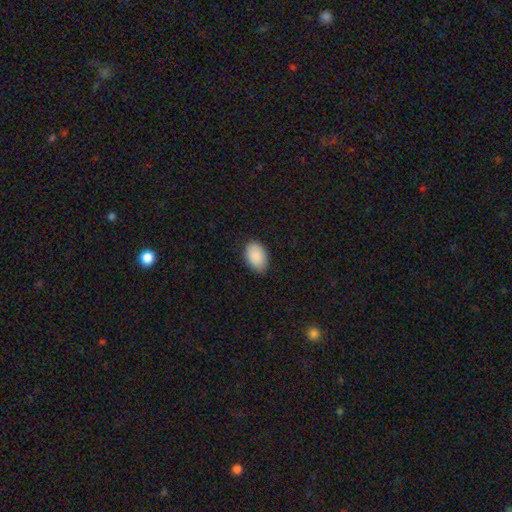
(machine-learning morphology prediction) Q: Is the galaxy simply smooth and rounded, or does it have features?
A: smooth — 90%.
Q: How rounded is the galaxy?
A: in between — 90%.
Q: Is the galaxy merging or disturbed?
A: none — 79%.